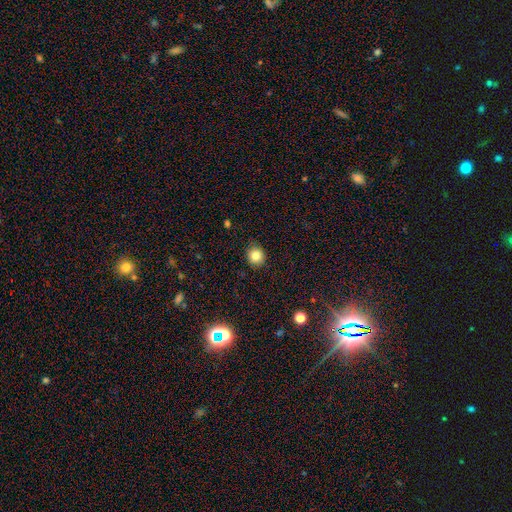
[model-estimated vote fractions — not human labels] This appears to be a smooth galaxy with no disk features (83%) that is round (86%). Merging: none (89%).